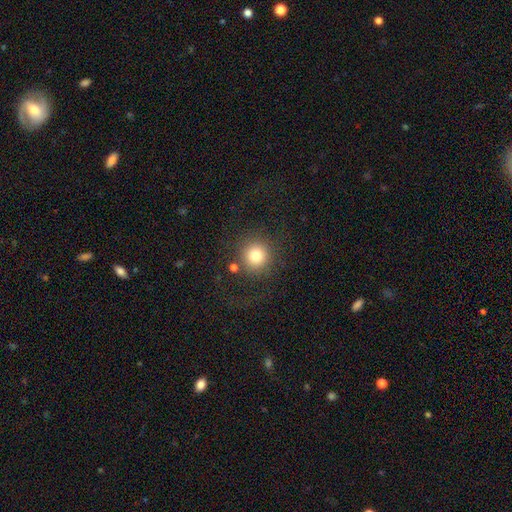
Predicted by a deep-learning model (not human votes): smooth-or-featured: smooth: 81% | star or artifact: 12% | featured or disk: 8%
  how-rounded: round: 93% | in between: 6% | cigar-shaped: 1%
  merging: none: 79% | minor disturbance: 9% | major disturbance: 7% | merger: 5%